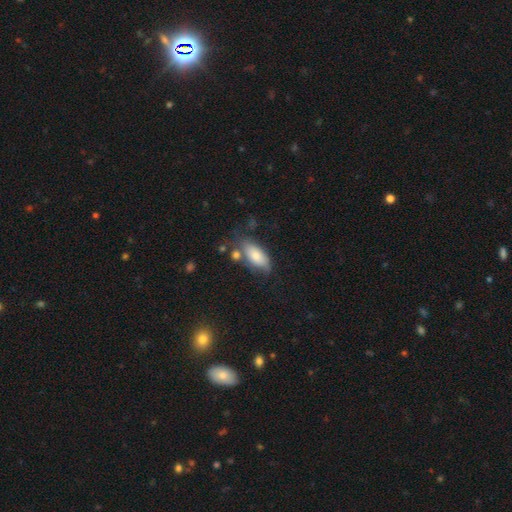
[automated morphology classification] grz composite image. It shows a smooth galaxy with no disk features (76%) that is in between round and cigar-shaped (87%). Merging: none (55%).